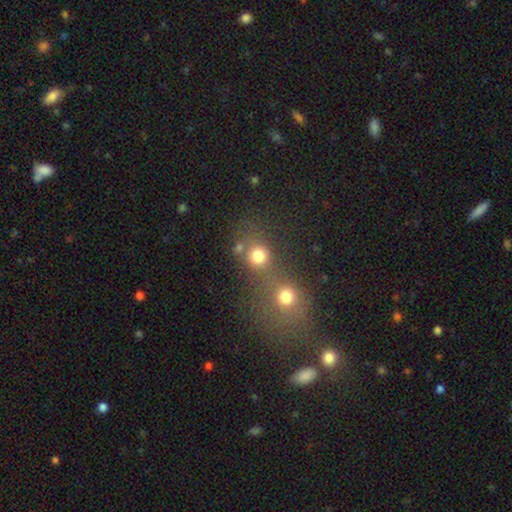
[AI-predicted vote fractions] Smooth or featured? smooth (70%)
How rounded? round (83%)
Merging? merger (47%)